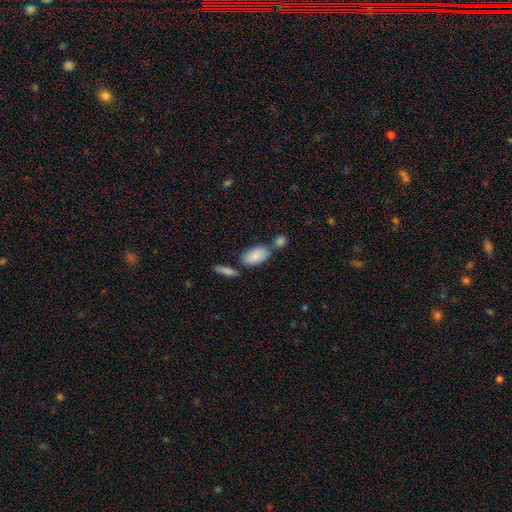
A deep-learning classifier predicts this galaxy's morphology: smooth-or-featured: smooth: 86% | featured or disk: 8% | star or artifact: 6%
  how-rounded: in between: 92% | cigar-shaped: 4% | round: 3%
  merging: none: 54% | merger: 27% | minor disturbance: 15% | major disturbance: 5%